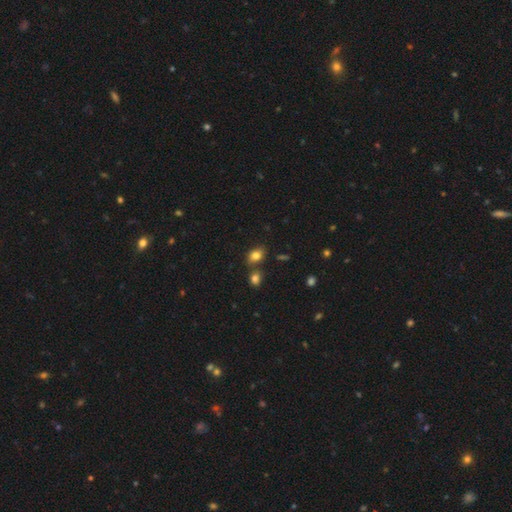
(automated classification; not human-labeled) Q: Smooth or featured?
A: smooth (82%); runner-up: star or artifact (11%)
Q: How rounded?
A: in between (71%); runner-up: round (28%)
Q: Merging?
A: none (69%); runner-up: merger (15%)